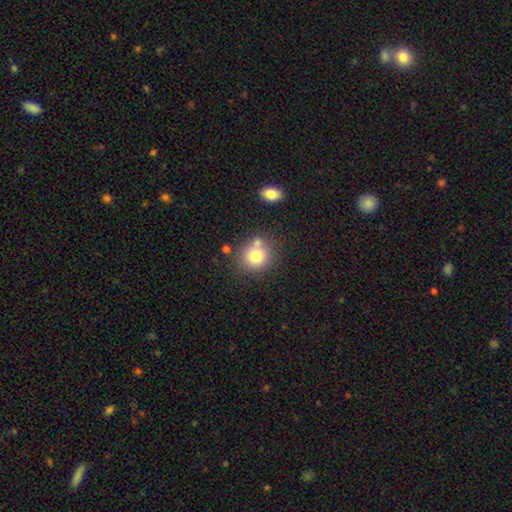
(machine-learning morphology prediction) A smooth galaxy with no disk features (76%) that is round (86%). Merging: none (67%).